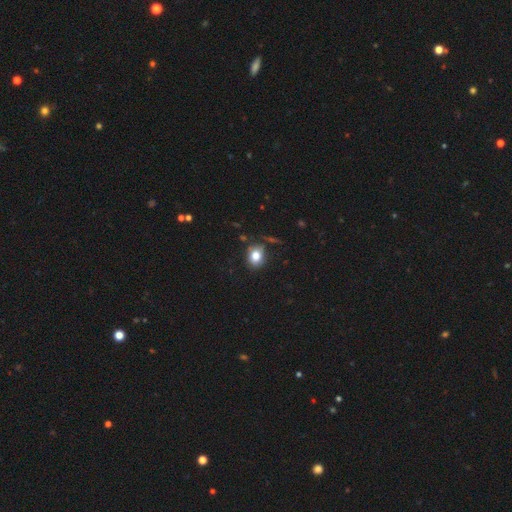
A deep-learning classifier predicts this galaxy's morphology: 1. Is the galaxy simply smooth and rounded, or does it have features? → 81% smooth, 10% star or artifact, 9% featured or disk.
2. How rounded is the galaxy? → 54% in between, 45% round, 1% cigar-shaped.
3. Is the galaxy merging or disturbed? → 72% none, 18% minor disturbance, 5% major disturbance, 5% merger.